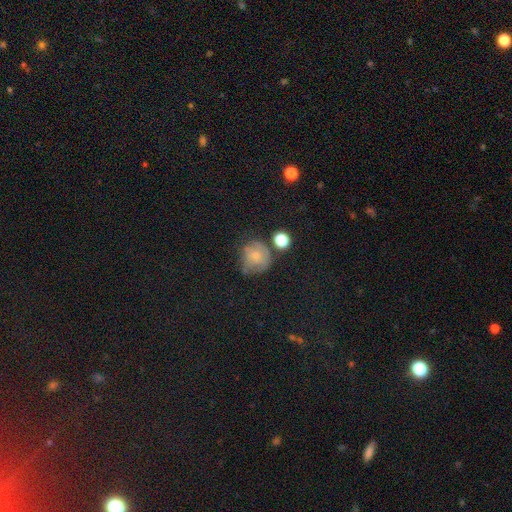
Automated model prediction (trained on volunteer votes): A smooth galaxy with no disk features (61%) that is round (81%).

Vote fractions:
- Smooth or featured? smooth: 61% / featured or disk: 26% / star or artifact: 13%
- How rounded? round: 81% / in between: 18% / cigar-shaped: 1%
- Merging? none: 48% / minor disturbance: 28% / major disturbance: 15% / merger: 9%